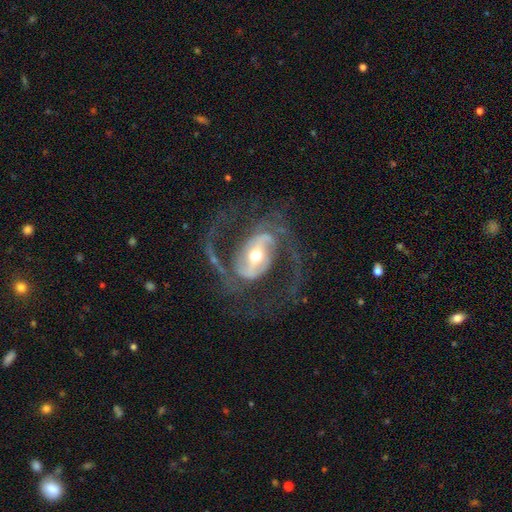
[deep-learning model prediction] A featured or disk galaxy (92%) with a strong bar (47%), 2 (89%) medium (59%) spiral arms (97%) and a moderate central bulge (65%).

Vote fractions:
- Smooth or featured? featured or disk: 92% / star or artifact: 5% / smooth: 4%
- Edge-on disk? no: 97% / yes: 3%
- Bar? strong: 47% / weak: 36% / no: 18%
- Spiral arms? yes: 97% / no: 3%
- Spiral winding? medium: 59% / loose: 25% / tight: 16%
- Spiral arm count? 2: 89% / 3: 4% / can't tell: 3% / 1: 2% / 4: 1% / more than 4: 1%
- Bulge size? moderate: 65% / small: 24% / large: 9% / dominant: 1% / none: 1%
- Merging? none: 72% / major disturbance: 14% / minor disturbance: 12% / merger: 2%